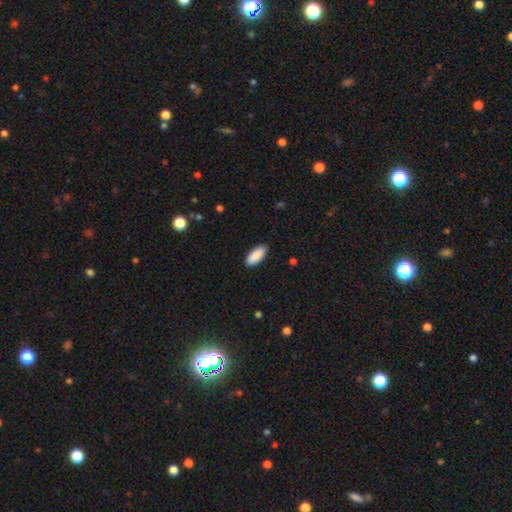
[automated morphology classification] Smooth or featured: smooth — 90% (star or artifact — 6%)
How rounded: in between — 88% (cigar-shaped — 10%)
Merging: none — 89% (minor disturbance — 8%)